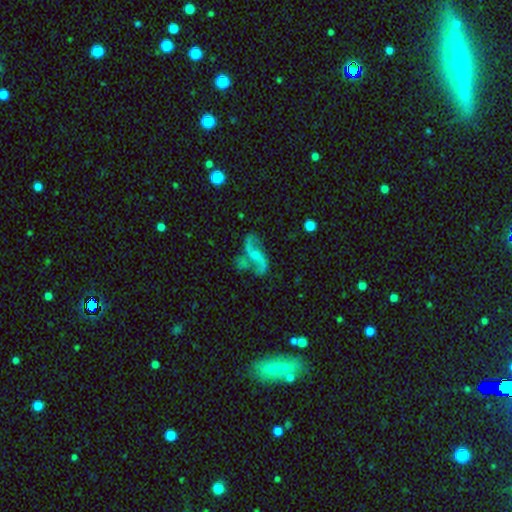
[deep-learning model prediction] Q: Smooth or featured?
A: featured or disk (82%); runner-up: smooth (11%)
Q: Edge-on disk?
A: no (96%); runner-up: yes (4%)
Q: Bar?
A: no (48%); runner-up: weak (39%)
Q: Spiral arms?
A: yes (93%); runner-up: no (7%)
Q: Spiral winding?
A: loose (83%); runner-up: medium (14%)
Q: Spiral arm count?
A: 2 (92%); runner-up: 1 (3%)
Q: Bulge size?
A: small (43%); runner-up: moderate (27%)
Q: Merging?
A: none (54%); runner-up: minor disturbance (18%)